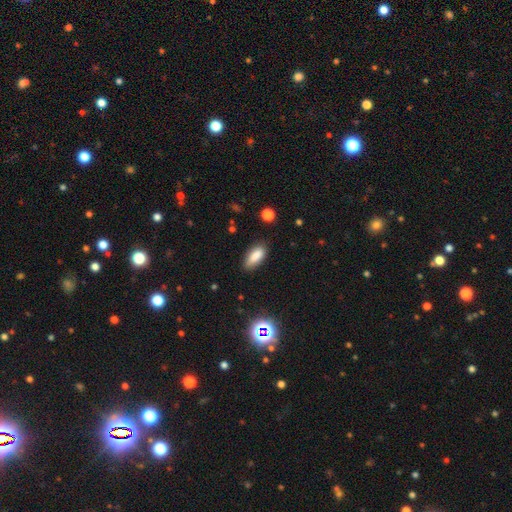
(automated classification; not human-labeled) A smooth galaxy with no disk features (84%) that is in between round and cigar-shaped (80%).

Vote fractions:
- Smooth or featured? smooth: 84% / star or artifact: 9% / featured or disk: 7%
- How rounded? in between: 80% / cigar-shaped: 18% / round: 2%
- Merging? none: 81% / minor disturbance: 15% / major disturbance: 3% / merger: 2%